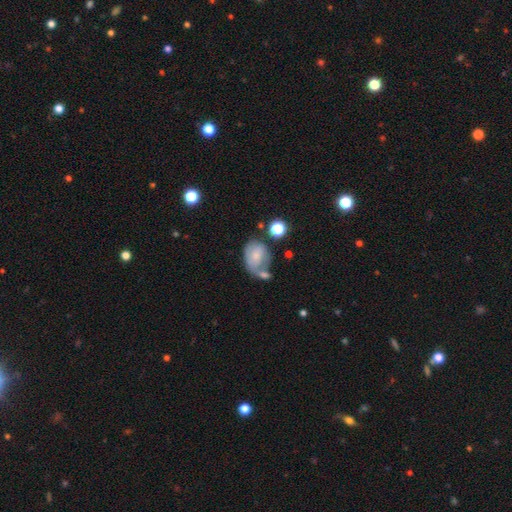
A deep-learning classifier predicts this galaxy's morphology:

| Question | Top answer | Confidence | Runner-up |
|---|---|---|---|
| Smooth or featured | smooth | 58% | featured or disk (33%) |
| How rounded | in between | 74% | round (25%) |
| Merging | none | 31% | merger (25%) |